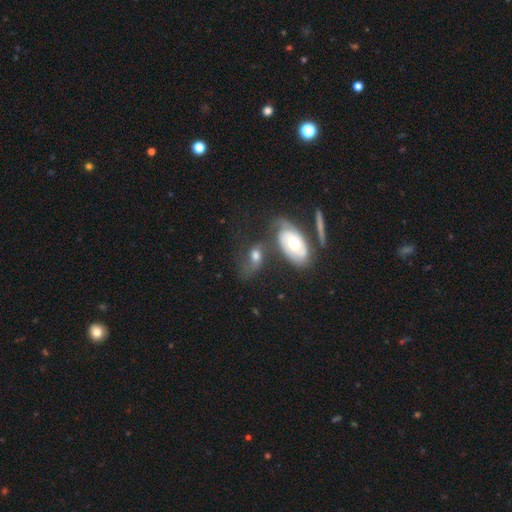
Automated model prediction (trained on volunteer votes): Smooth or featured?
  - featured or disk: 52% *
  - smooth: 39%
  - star or artifact: 9%
Edge-on disk?
  - no: 93% *
  - yes: 7%
Merging?
  - merger: 33% *
  - none: 30%
  - major disturbance: 20%
  - minor disturbance: 18%